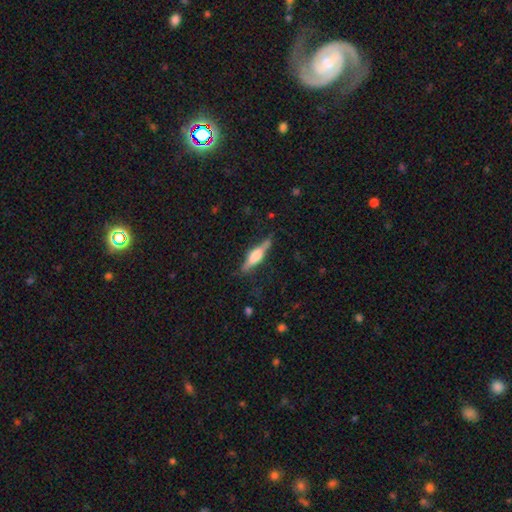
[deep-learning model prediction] A featured or disk galaxy (55%) viewed edge-on (93%) with a rounded central bulge (61%). Merging: none (75%).